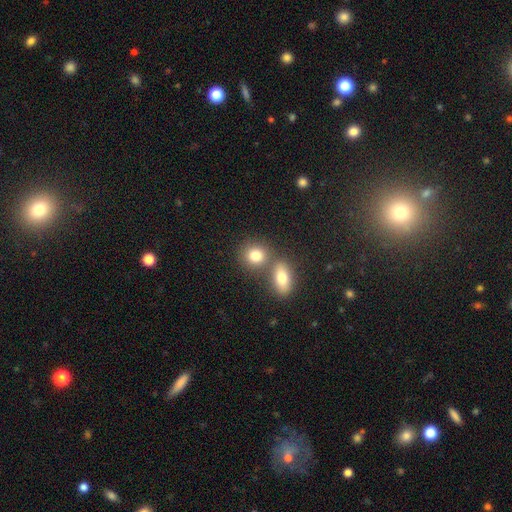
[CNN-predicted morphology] type=smooth (81%); roundness=round (70%); merging=none (55%).